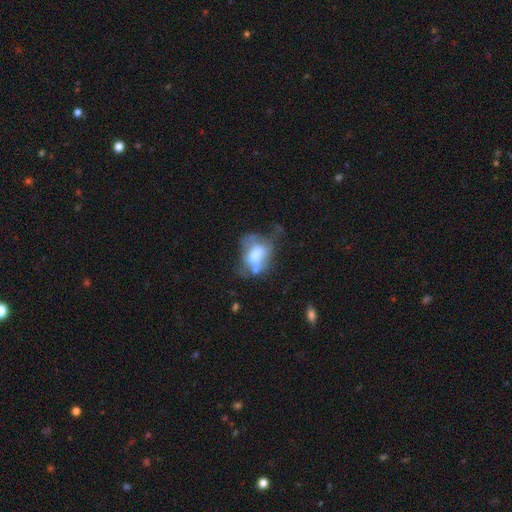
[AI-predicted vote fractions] Q: Smooth or featured?
A: smooth (50%); runner-up: featured or disk (40%)
Q: Merging?
A: major disturbance (30%); runner-up: none (24%)